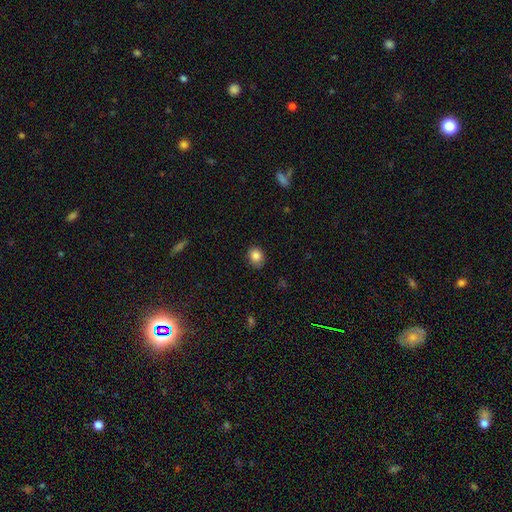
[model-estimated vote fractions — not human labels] smooth 85%, star or artifact 10%, featured or disk 5%. Down the decision tree: how rounded — round (62%); merging — none (82%).